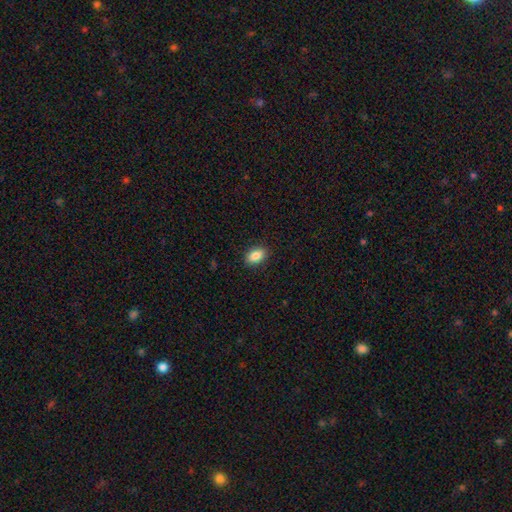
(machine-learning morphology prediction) Smooth or featured: smooth — 87% (star or artifact — 8%)
How rounded: in between — 89% (round — 9%)
Merging: none — 89% (minor disturbance — 8%)